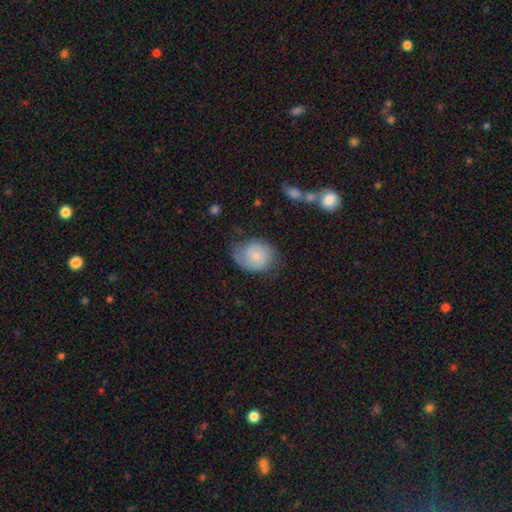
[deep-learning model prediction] smooth-or-featured: featured or disk: 57% | smooth: 36% | star or artifact: 7%
  disk-edge-on: no: 97% | yes: 3%
    bar: no: 74% | weak: 23% | strong: 3%
    has-spiral-arms: yes: 88% | no: 12%
    bulge-size: small: 62% | moderate: 31% | none: 4% | large: 2% | dominant: 1%
  merging: none: 60% | minor disturbance: 25% | major disturbance: 13% | merger: 2%